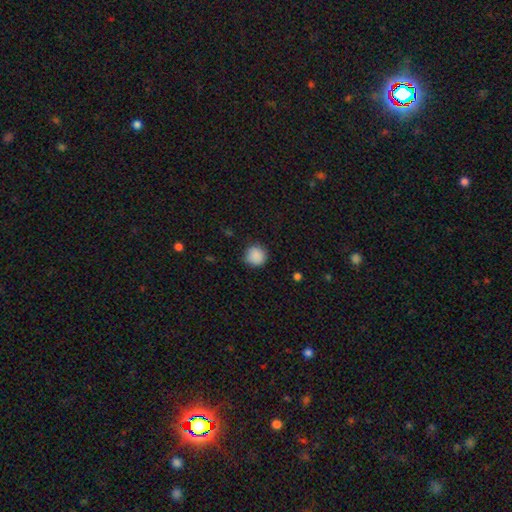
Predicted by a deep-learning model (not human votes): A smooth galaxy with no disk features (88%) that is round (93%).

Vote fractions:
- Smooth or featured? smooth: 88% / star or artifact: 9% / featured or disk: 3%
- How rounded? round: 93% / in between: 6% / cigar-shaped: 1%
- Merging? none: 84% / minor disturbance: 12% / major disturbance: 3% / merger: 1%